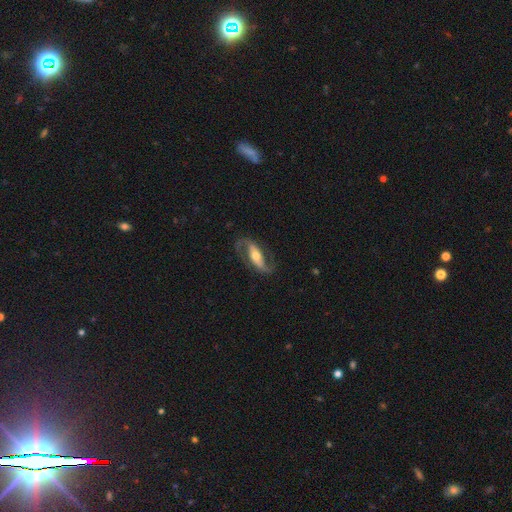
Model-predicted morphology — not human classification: A featured or disk galaxy (87%) with a strong bar (43%), 2 (92%) loose (46%) spiral arms (96%) and a moderate central bulge (62%). Merging: none (78%).